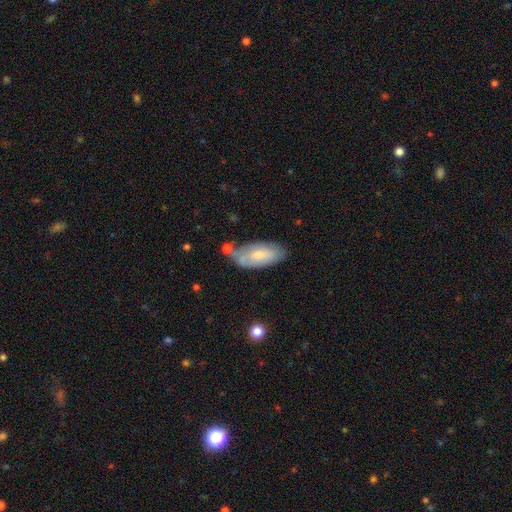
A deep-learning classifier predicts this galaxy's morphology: A smooth galaxy with no disk features (52%) that is in between round and cigar-shaped (83%).

Vote fractions:
- Smooth or featured? smooth: 52% / featured or disk: 35% / star or artifact: 13%
- How rounded? in between: 83% / cigar-shaped: 14% / round: 3%
- Merging? none: 72% / minor disturbance: 18% / merger: 6% / major disturbance: 4%